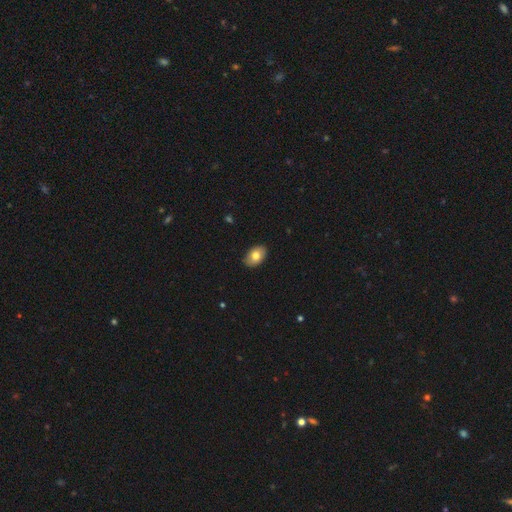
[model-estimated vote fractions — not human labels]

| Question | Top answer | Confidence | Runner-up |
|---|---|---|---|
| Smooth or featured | smooth | 77% | featured or disk (16%) |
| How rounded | in between | 89% | round (10%) |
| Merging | none | 88% | minor disturbance (9%) |